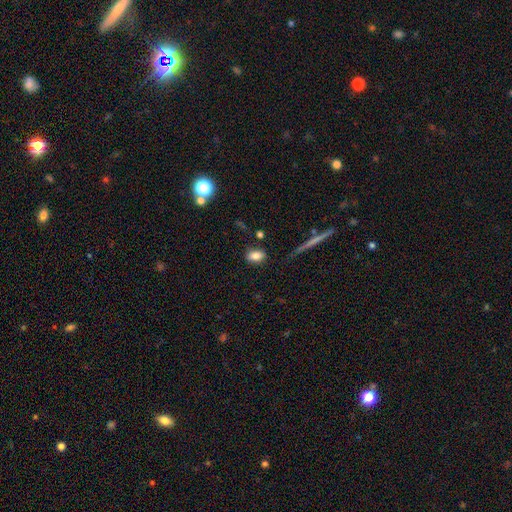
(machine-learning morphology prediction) A smooth galaxy with no disk features (80%) that is in between round and cigar-shaped (83%). Merging: none (83%).